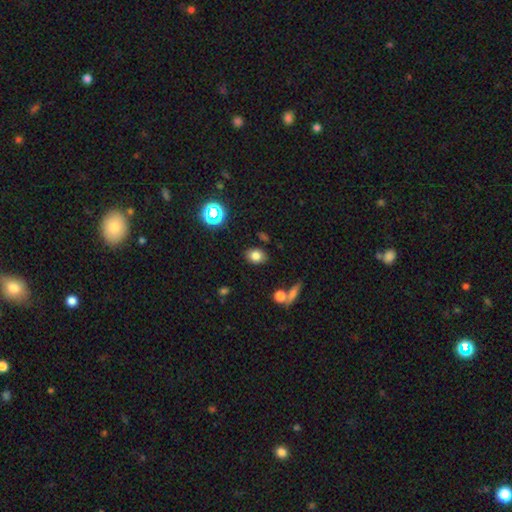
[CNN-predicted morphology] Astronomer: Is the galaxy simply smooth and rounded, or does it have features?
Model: smooth — 77%.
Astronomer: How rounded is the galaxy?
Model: in between — 69%.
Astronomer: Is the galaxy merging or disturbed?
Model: none — 83%.